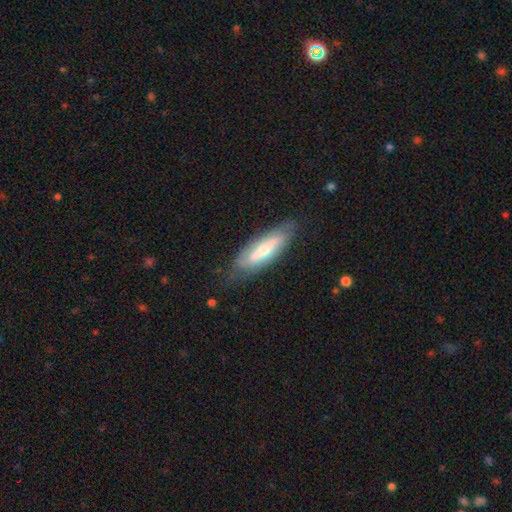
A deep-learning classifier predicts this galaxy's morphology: smooth_or_featured: smooth (p=0.45) [alt: featured or disk p=0.44]
merging: none (p=0.82) [alt: minor disturbance p=0.14]